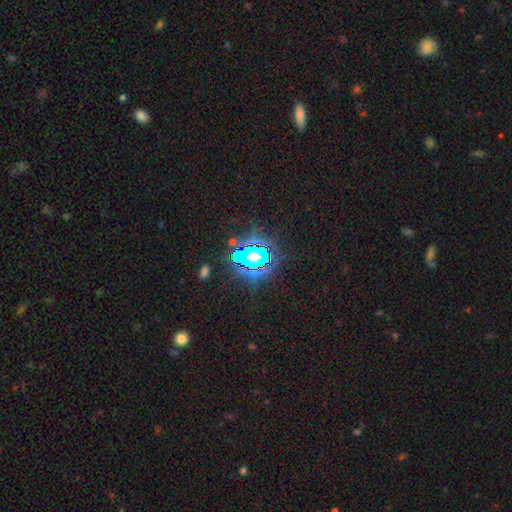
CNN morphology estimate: type=star or artifact (80%).